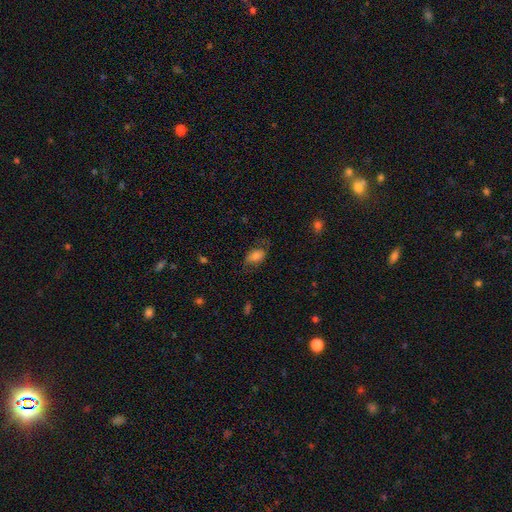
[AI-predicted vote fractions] Q: Smooth or featured?
A: smooth (69%); runner-up: featured or disk (22%)
Q: How rounded?
A: in between (88%); runner-up: round (9%)
Q: Merging?
A: none (59%); runner-up: minor disturbance (25%)